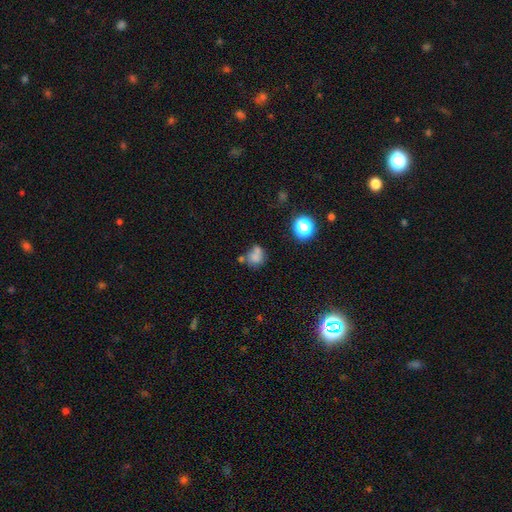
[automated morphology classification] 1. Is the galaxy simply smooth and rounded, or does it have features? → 70% smooth, 16% star or artifact, 14% featured or disk.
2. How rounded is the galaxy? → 70% round, 29% in between, 1% cigar-shaped.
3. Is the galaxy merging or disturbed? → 40% none, 35% merger, 17% minor disturbance, 9% major disturbance.